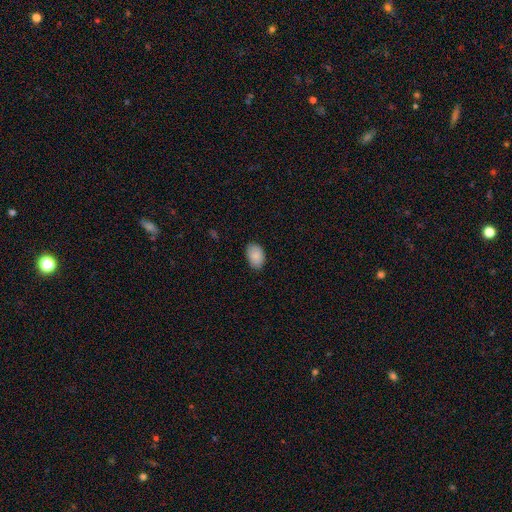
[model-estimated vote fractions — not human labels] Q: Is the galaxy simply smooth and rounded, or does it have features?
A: smooth — 88%.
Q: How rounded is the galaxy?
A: in between — 88%.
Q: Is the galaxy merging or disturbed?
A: none — 84%.